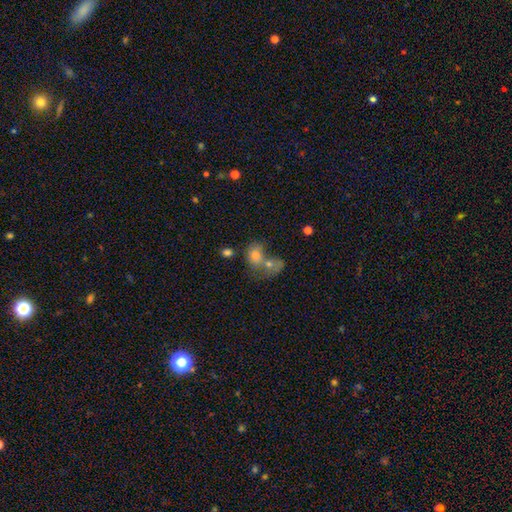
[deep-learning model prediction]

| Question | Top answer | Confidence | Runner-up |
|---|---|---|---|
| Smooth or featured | smooth | 65% | featured or disk (21%) |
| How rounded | round | 52% | in between (47%) |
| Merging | merger | 64% | none (22%) |